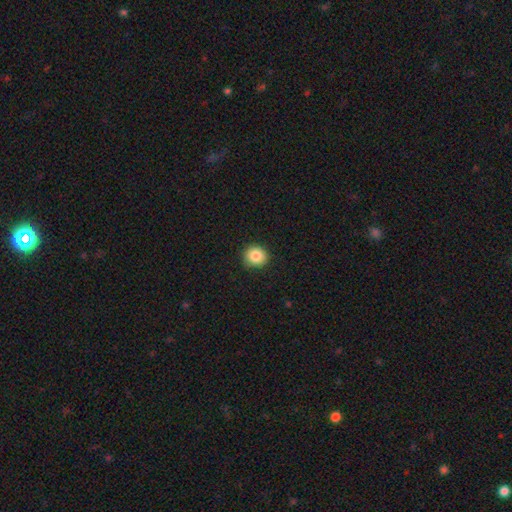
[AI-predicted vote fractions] This appears to be a smooth galaxy with no disk features (84%) that is round (89%). Merging: none (88%).